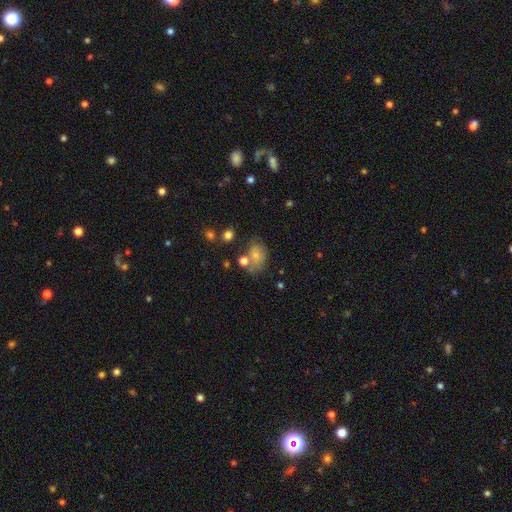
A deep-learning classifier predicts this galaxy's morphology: smooth-or-featured: smooth: 70% | featured or disk: 18% | star or artifact: 12%
  how-rounded: in between: 70% | round: 29% | cigar-shaped: 1%
  merging: none: 48% | minor disturbance: 22% | merger: 18% | major disturbance: 12%